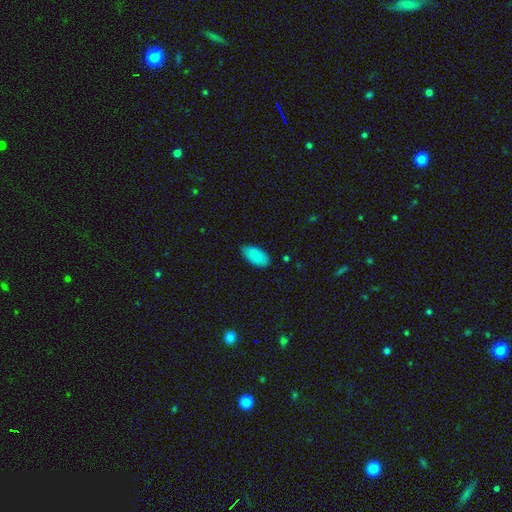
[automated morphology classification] Smooth or featured? smooth (89%)
How rounded? in between (94%)
Merging? none (82%)